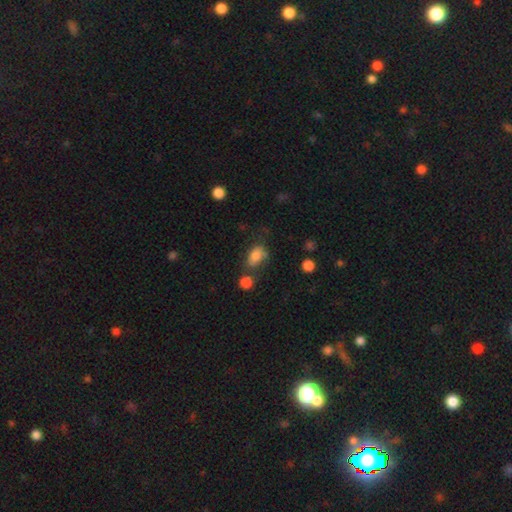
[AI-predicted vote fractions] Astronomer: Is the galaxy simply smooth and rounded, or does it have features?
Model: smooth — 76%.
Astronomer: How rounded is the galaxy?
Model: in between — 85%.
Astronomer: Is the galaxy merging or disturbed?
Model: none — 43% (runner-up: minor disturbance, 26%).